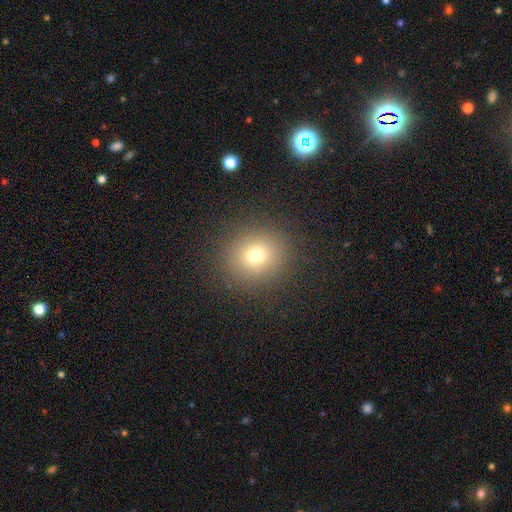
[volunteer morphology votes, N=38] smooth_or_featured: smooth (p=0.82) [alt: featured or disk p=0.11]
how_rounded: round (p=0.90) [alt: in between p=0.10]
merging: none (p=1.00)